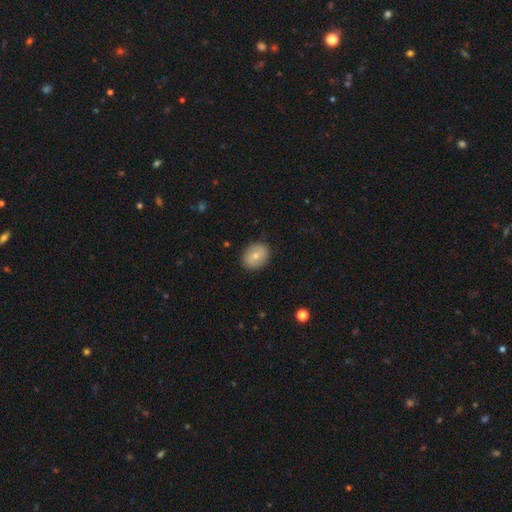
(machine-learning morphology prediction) type=smooth (64%); roundness=round (54%); merging=none (87%).